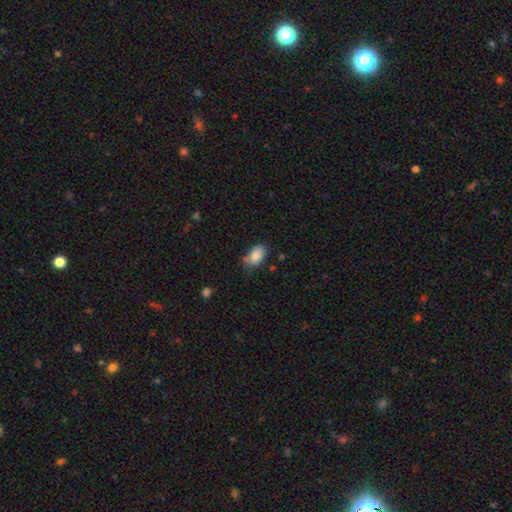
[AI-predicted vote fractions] smooth 85%, featured or disk 8%, star or artifact 7%. Down the decision tree: how rounded — in between (90%); merging — none (62%).